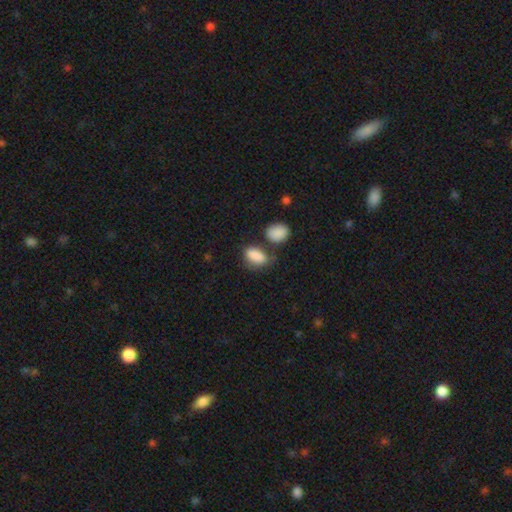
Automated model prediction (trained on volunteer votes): Morphology: type=smooth (87%); roundness=in between (87%); merging=none (46%).